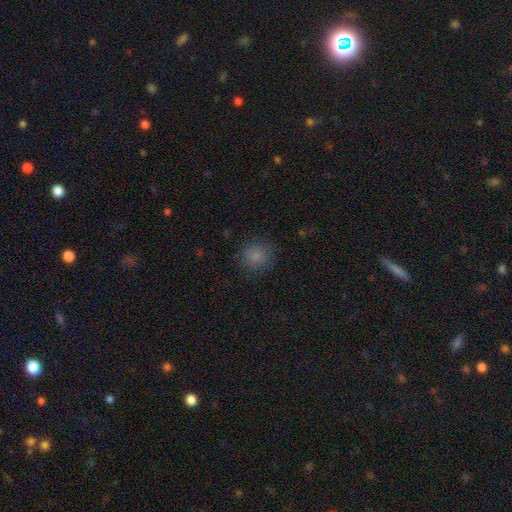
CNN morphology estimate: Overall: smooth (83%). How rounded: round (86%). Merging: none (84%).